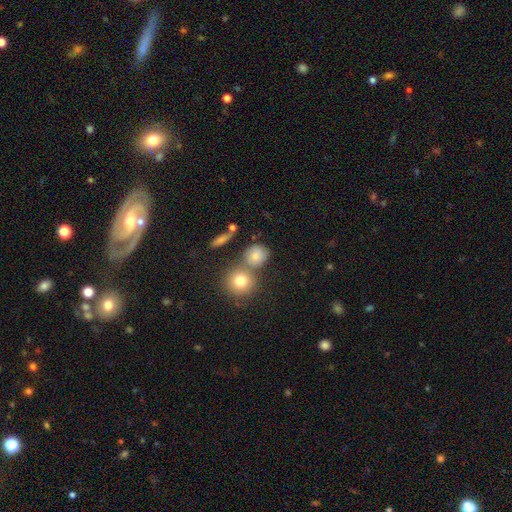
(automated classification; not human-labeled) smooth_or_featured: smooth (p=0.76) [alt: star or artifact p=0.12]
how_rounded: round (p=0.78) [alt: in between p=0.20]
merging: none (p=0.57) [alt: merger p=0.25]